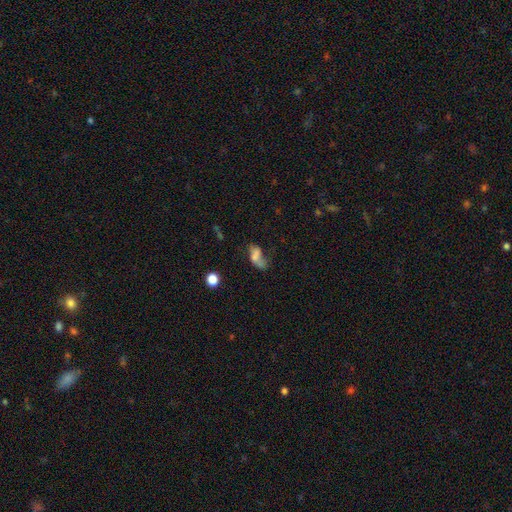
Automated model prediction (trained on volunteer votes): Smooth or featured? Predicted: smooth (p=0.58). How rounded? Predicted: in between (p=0.84). Merging? Predicted: major disturbance (p=0.30).